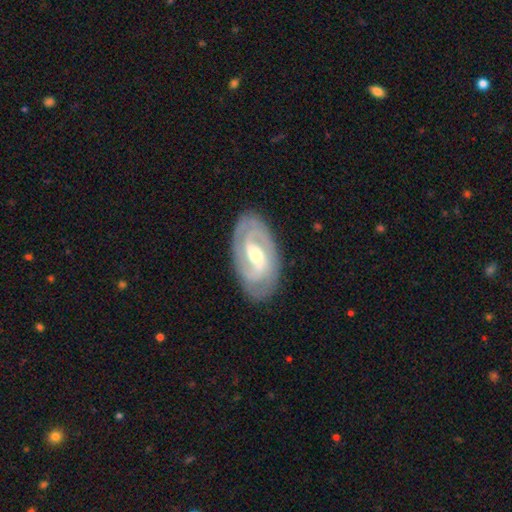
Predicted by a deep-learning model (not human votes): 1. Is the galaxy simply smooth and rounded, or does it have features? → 85% featured or disk, 10% smooth, 5% star or artifact.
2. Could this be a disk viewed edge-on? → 95% no, 5% yes.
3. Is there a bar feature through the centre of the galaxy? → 48% weak, 31% strong, 20% no.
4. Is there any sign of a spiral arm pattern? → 94% yes, 6% no.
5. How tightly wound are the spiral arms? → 51% tight, 38% medium, 11% loose.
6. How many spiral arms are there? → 62% 2, 16% 3, 14% can't tell, 3% 4, 3% 1, 3% more than 4.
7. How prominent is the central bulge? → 58% moderate, 36% small, 4% large, 1% none, 1% dominant.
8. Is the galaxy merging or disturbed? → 83% none, 12% minor disturbance, 4% major disturbance, 1% merger.